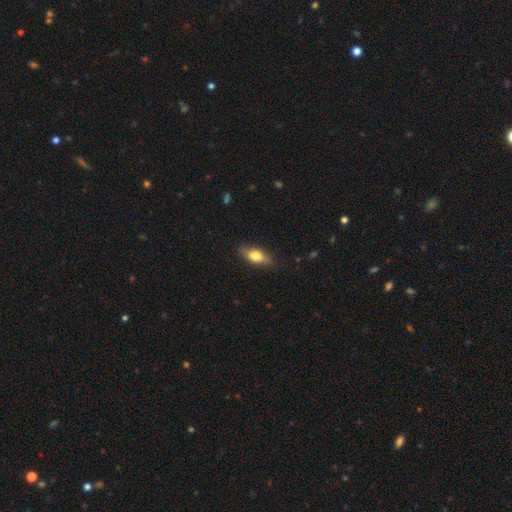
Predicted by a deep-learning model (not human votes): Smooth or featured?
  - smooth: 64% *
  - featured or disk: 29%
  - star or artifact: 7%
How rounded?
  - in between: 74% *
  - cigar-shaped: 22%
  - round: 5%
Merging?
  - none: 81% *
  - minor disturbance: 15%
  - major disturbance: 3%
  - merger: 1%